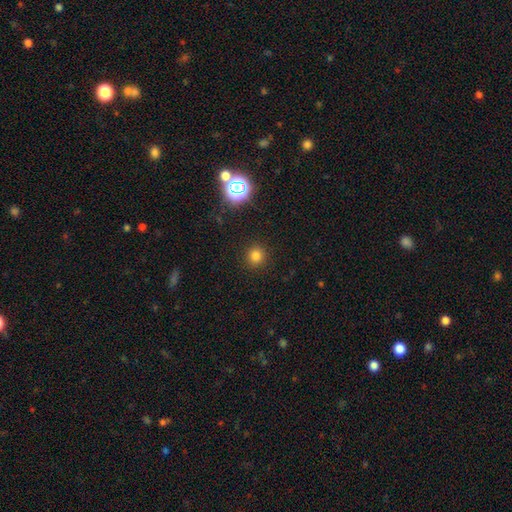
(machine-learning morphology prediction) type=smooth (76%); roundness=round (92%); merging=none (90%).